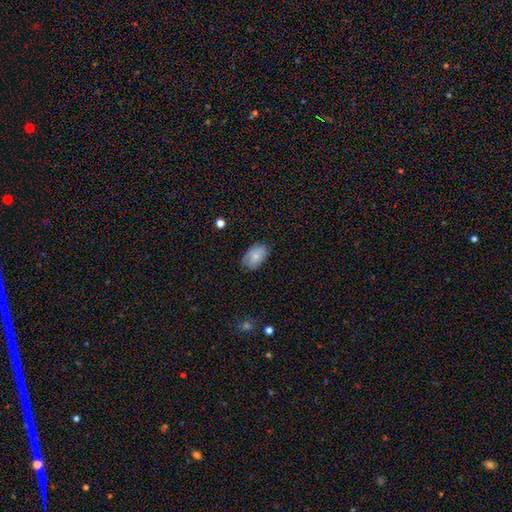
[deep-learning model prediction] This appears to be a smooth galaxy with no disk features (76%) that is in between round and cigar-shaped (90%). Merging: none (76%).